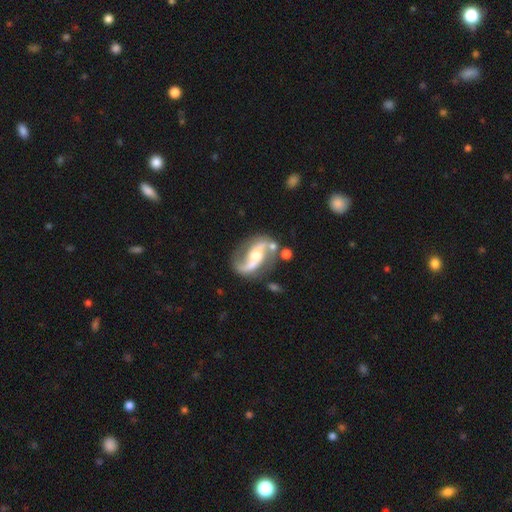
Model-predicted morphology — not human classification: featured or disk 90%, smooth 6%, star or artifact 5%. Down the decision tree: edge-on disk — no (96%); bar — strong (37%); spiral arms — yes (96%); spiral arm count — 2 (92%); spiral winding — loose (53%); bulge size — moderate (63%); merging — none (71%).